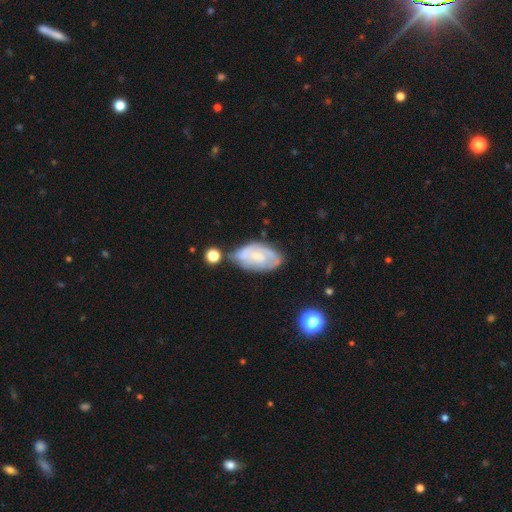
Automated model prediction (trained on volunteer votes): Smooth or featured?
  - featured or disk: 64% *
  - smooth: 29%
  - star or artifact: 7%
Edge-on disk?
  - no: 95% *
  - yes: 5%
Bar?
  - no: 64% *
  - weak: 30%
  - strong: 5%
Spiral arms?
  - yes: 80% *
  - no: 20%
Bulge size?
  - small: 60% *
  - moderate: 25%
  - none: 11%
  - large: 2%
  - dominant: 1%
Merging?
  - none: 55% *
  - minor disturbance: 27%
  - merger: 9%
  - major disturbance: 9%